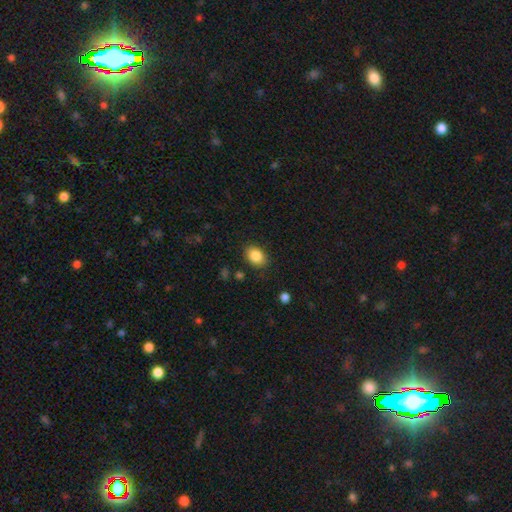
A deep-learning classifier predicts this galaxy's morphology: type=smooth (86%); roundness=in between (69%); merging=none (86%).